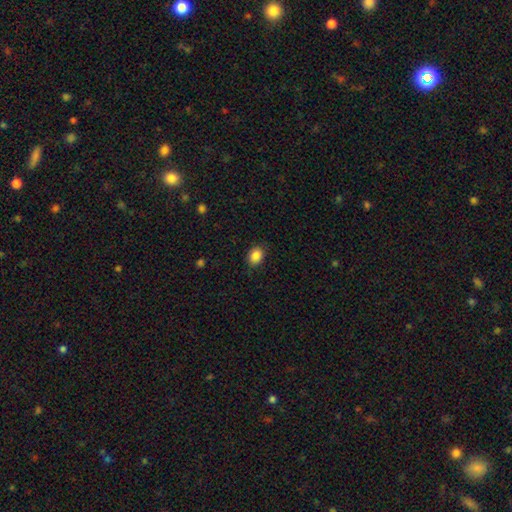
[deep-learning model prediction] A smooth galaxy with no disk features (87%) that is in between round and cigar-shaped (62%). Merging: none (87%).